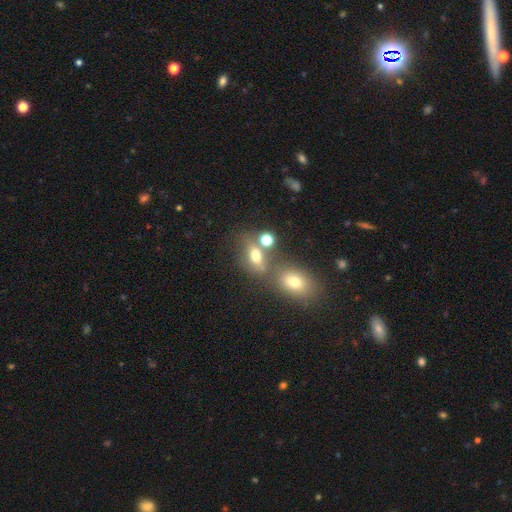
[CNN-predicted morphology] smooth_or_featured: smooth (p=0.64) [alt: featured or disk p=0.19]
how_rounded: in between (p=0.69) [alt: round p=0.25]
merging: none (p=0.46) [alt: merger p=0.33]